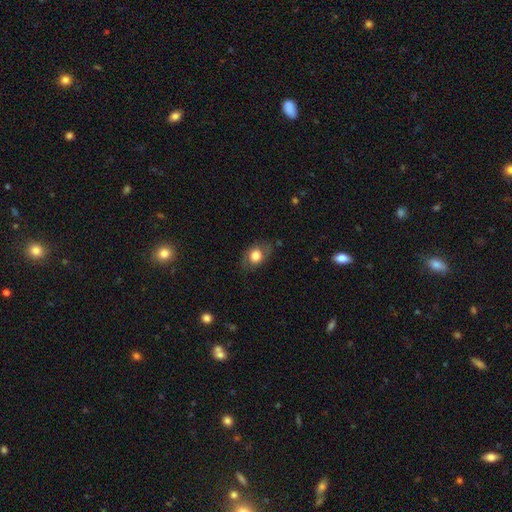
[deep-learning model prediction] This appears to be a smooth galaxy with no disk features (73%) that is in between round and cigar-shaped (64%). Merging: none (74%).